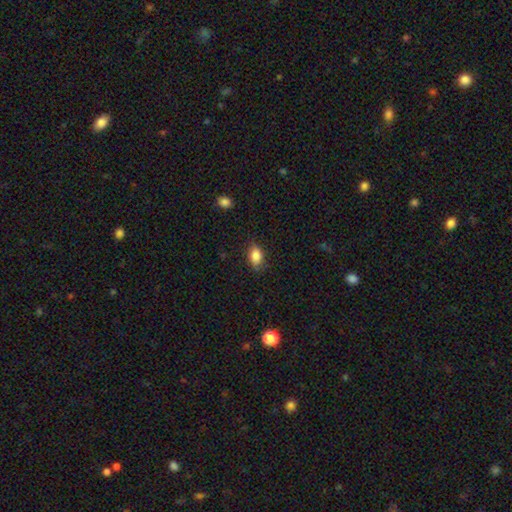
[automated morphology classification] smooth 84%, star or artifact 8%, featured or disk 7%. Down the decision tree: how rounded — in between (84%); merging — none (79%).